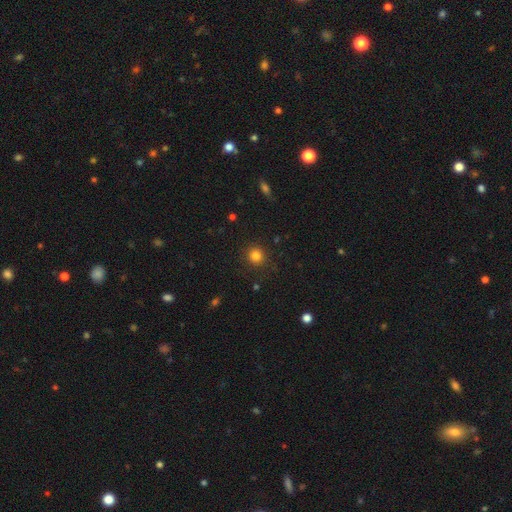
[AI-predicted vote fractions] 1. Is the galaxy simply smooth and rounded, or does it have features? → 83% smooth, 13% star or artifact, 4% featured or disk.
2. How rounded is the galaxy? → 92% round, 7% in between, 1% cigar-shaped.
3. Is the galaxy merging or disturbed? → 89% none, 7% minor disturbance, 3% major disturbance, 1% merger.